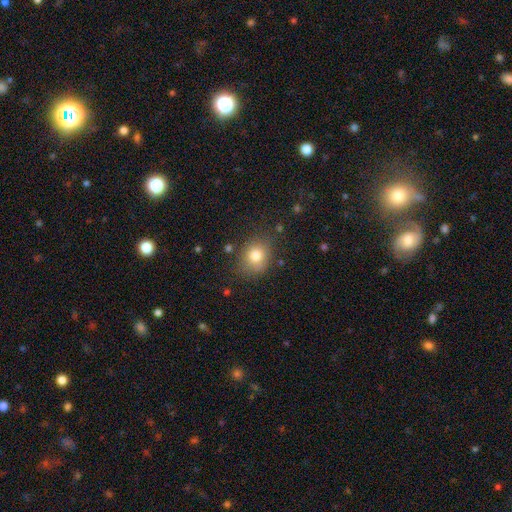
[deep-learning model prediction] Smooth or featured? Predicted: smooth (p=0.79). How rounded? Predicted: round (p=0.63). Merging? Predicted: none (p=0.75).